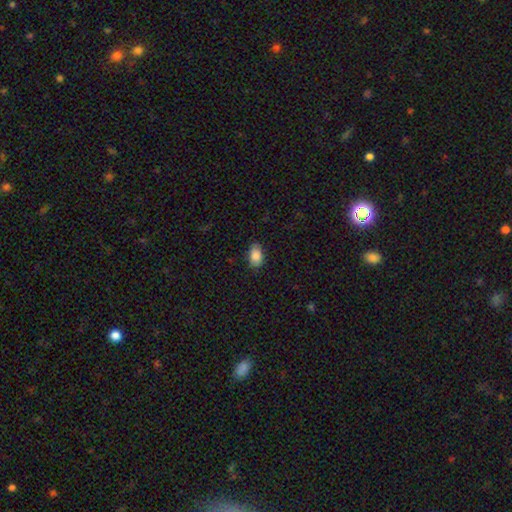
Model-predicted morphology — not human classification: A smooth galaxy with no disk features (87%) that is in between round and cigar-shaped (89%). Merging: none (82%).